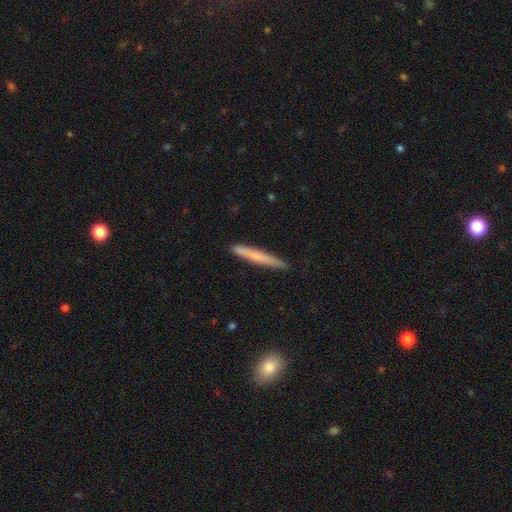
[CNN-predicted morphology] A smooth galaxy with no disk features (66%) that is cigar-shaped (96%).

Vote fractions:
- Smooth or featured? smooth: 66% / featured or disk: 28% / star or artifact: 6%
- How rounded? cigar-shaped: 96% / in between: 2% / round: 1%
- Merging? none: 90% / minor disturbance: 8% / major disturbance: 1% / merger: 1%